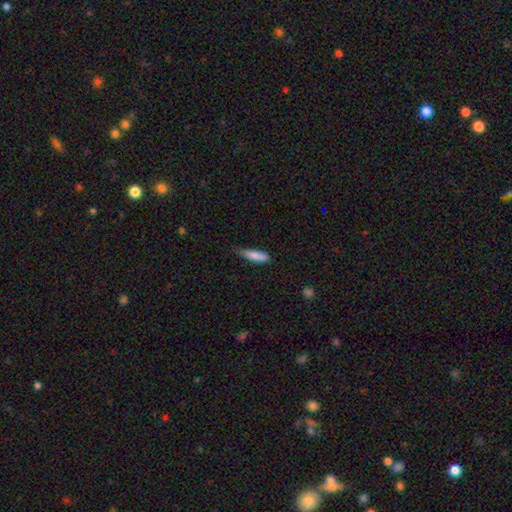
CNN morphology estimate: smooth-or-featured: smooth: 84% | featured or disk: 9% | star or artifact: 6%
  how-rounded: cigar-shaped: 67% | in between: 32% | round: 2%
  merging: none: 50% | minor disturbance: 41% | major disturbance: 7% | merger: 2%